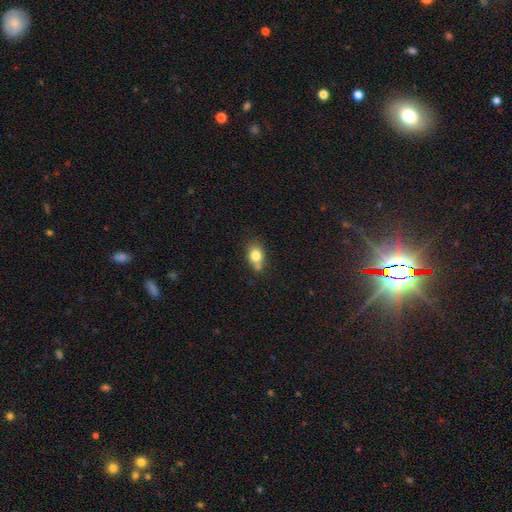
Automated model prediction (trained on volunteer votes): Smooth or featured? Predicted: smooth (p=0.79). How rounded? Predicted: in between (p=0.53). Merging? Predicted: none (p=0.51).